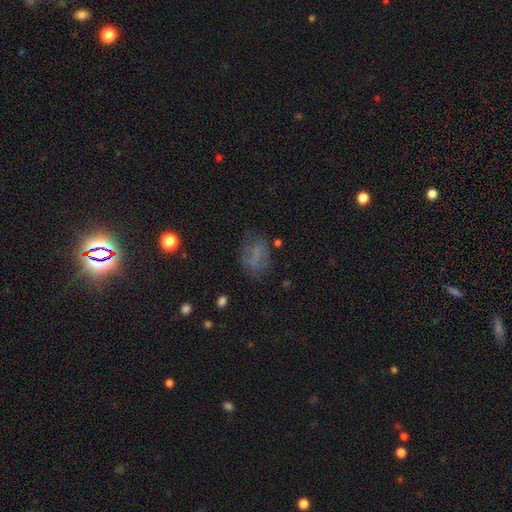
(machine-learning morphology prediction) A smooth galaxy with no disk features (57%) that is in between round and cigar-shaped (67%). Merging: none (60%).